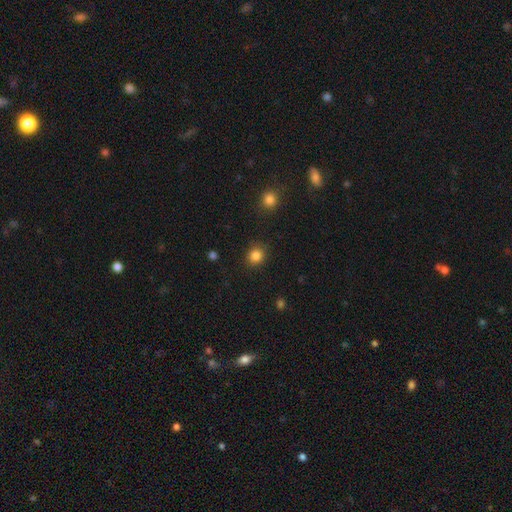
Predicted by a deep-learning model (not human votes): Smooth or featured? smooth (84%)
How rounded? round (82%)
Merging? none (87%)